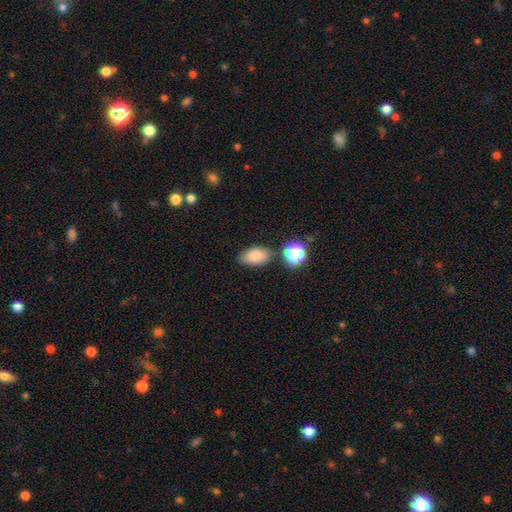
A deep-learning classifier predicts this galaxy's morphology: Smooth or featured: smooth — 80% (star or artifact — 11%)
How rounded: in between — 89% (round — 10%)
Merging: none — 74% (minor disturbance — 15%)